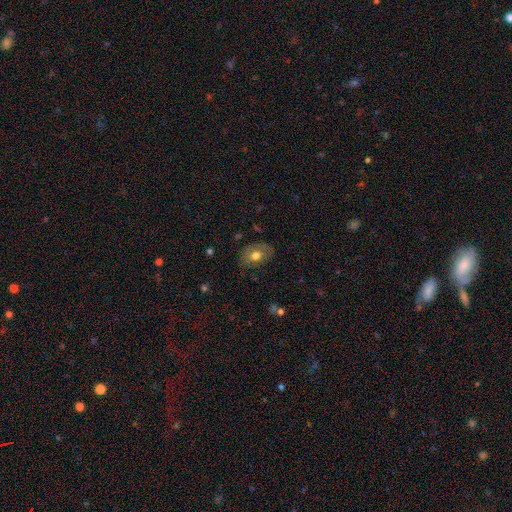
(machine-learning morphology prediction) A smooth galaxy with no disk features (62%) that is in between round and cigar-shaped (74%).

Vote fractions:
- Smooth or featured? smooth: 62% / featured or disk: 30% / star or artifact: 8%
- How rounded? in between: 74% / round: 25% / cigar-shaped: 1%
- Merging? none: 70% / minor disturbance: 22% / major disturbance: 7% / merger: 1%